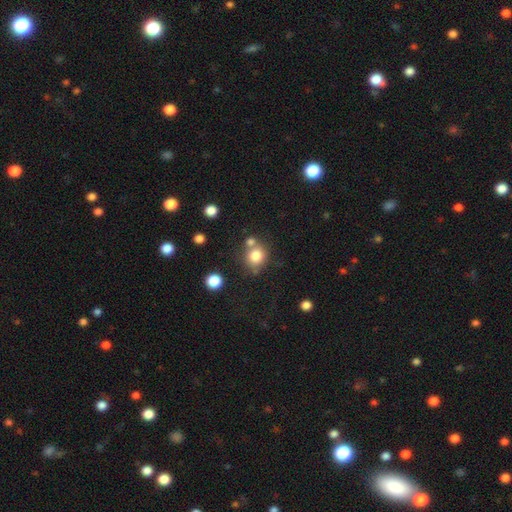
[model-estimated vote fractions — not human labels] Morphology: type=smooth (79%); roundness=round (82%); merging=none (60%).